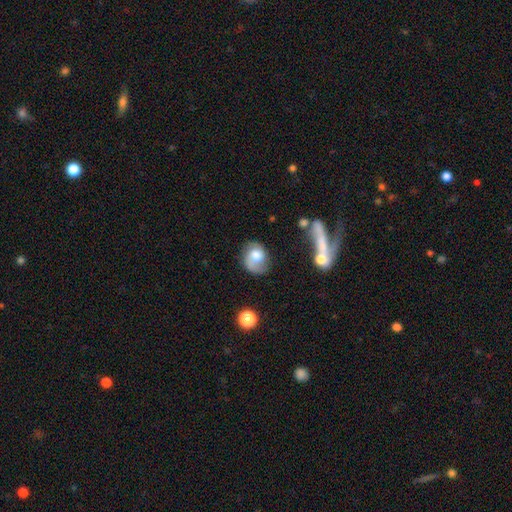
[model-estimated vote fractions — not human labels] A featured or disk galaxy (52%).

Vote fractions:
- Smooth or featured? featured or disk: 52% / smooth: 40% / star or artifact: 8%
- Edge-on disk? no: 97% / yes: 3%
- Merging? none: 53% / minor disturbance: 24% / major disturbance: 16% / merger: 6%